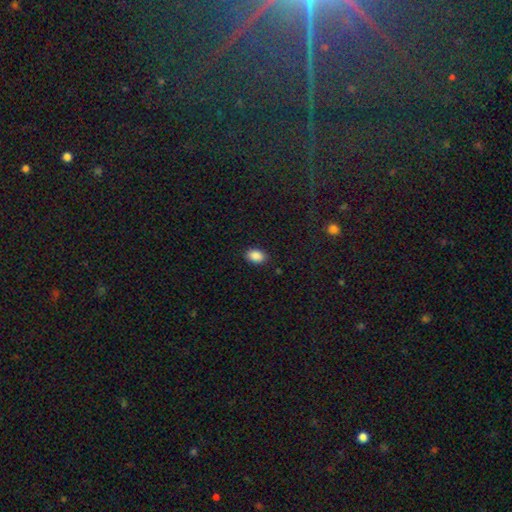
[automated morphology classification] The model was most divided on "how rounded": in between: 85%, round: 14%, cigar-shaped: 1%. More confident: smooth or featured — smooth (89%); merging — none (88%).